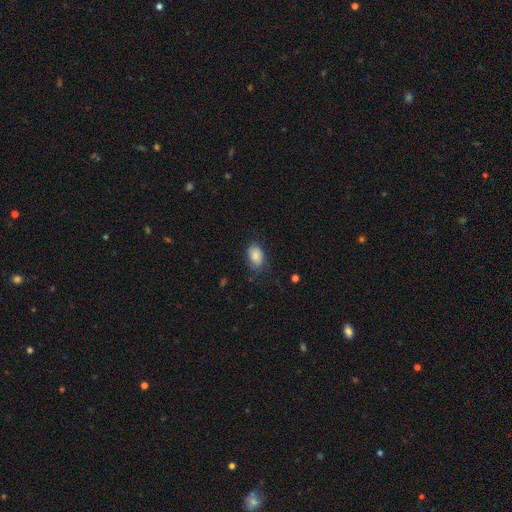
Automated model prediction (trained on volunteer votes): This appears to be a smooth galaxy with no disk features (80%) that is in between round and cigar-shaped (87%). Merging: none (71%).